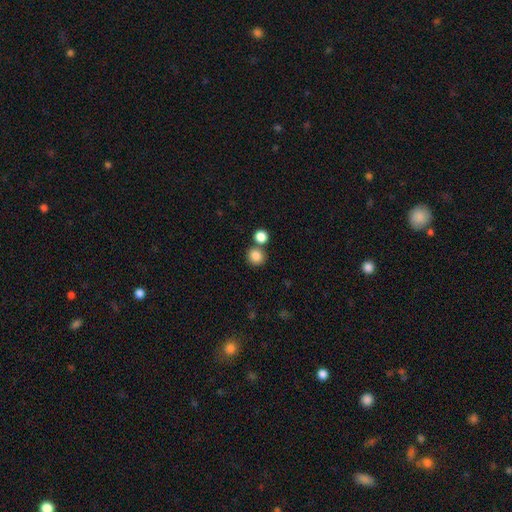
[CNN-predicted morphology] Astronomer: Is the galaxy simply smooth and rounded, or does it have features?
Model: smooth — 85%.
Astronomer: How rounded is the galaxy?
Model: round — 87%.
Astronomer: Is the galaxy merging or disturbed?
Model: none — 68%.